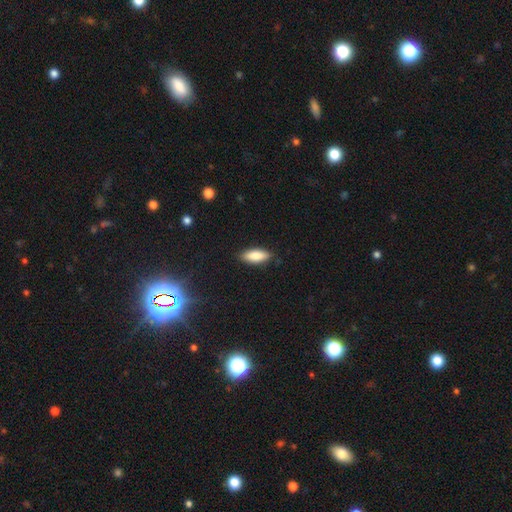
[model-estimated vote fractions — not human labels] This is clearly a smooth galaxy (83%). How rounded: likely in between (73%). Merging: clearly none (85%).